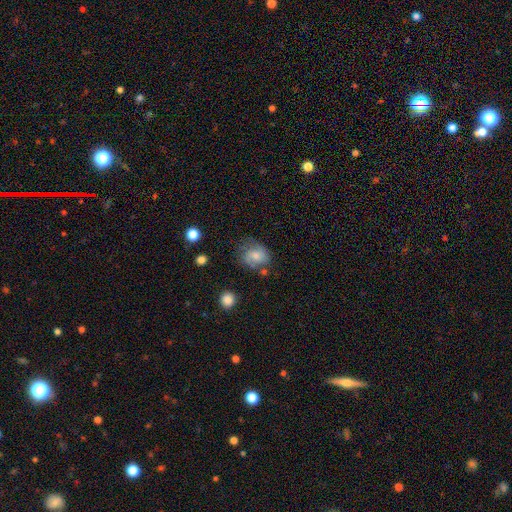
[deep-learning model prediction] The model was most divided on "how rounded": round: 52%, in between: 47%, cigar-shaped: 1%. More confident: merging — none (52%); smooth or featured — smooth (51%).